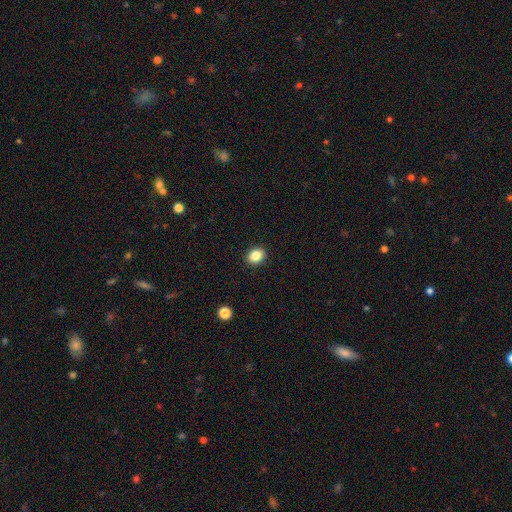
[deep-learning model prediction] smooth-or-featured: smooth: 86% | star or artifact: 10% | featured or disk: 5%
  how-rounded: in between: 50% | round: 49% | cigar-shaped: 1%
  merging: none: 92% | minor disturbance: 6% | major disturbance: 2% | merger: 1%